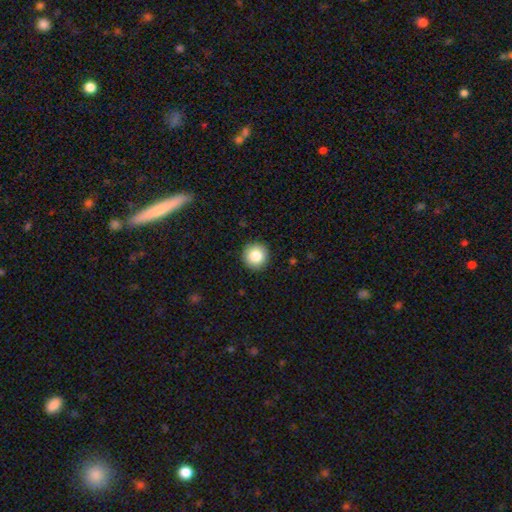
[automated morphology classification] A smooth galaxy with no disk features (84%) that is round (95%).

Vote fractions:
- Smooth or featured? smooth: 84% / star or artifact: 9% / featured or disk: 7%
- How rounded? round: 95% / in between: 4% / cigar-shaped: 1%
- Merging? none: 92% / minor disturbance: 5% / major disturbance: 2% / merger: 1%